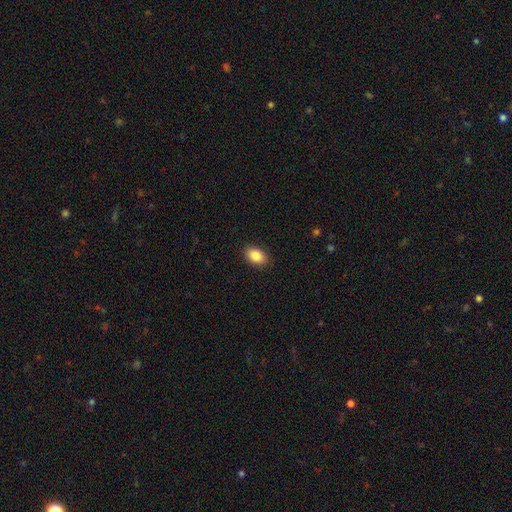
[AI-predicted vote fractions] smooth 86%, star or artifact 8%, featured or disk 6%. Down the decision tree: how rounded — in between (83%); merging — none (89%).